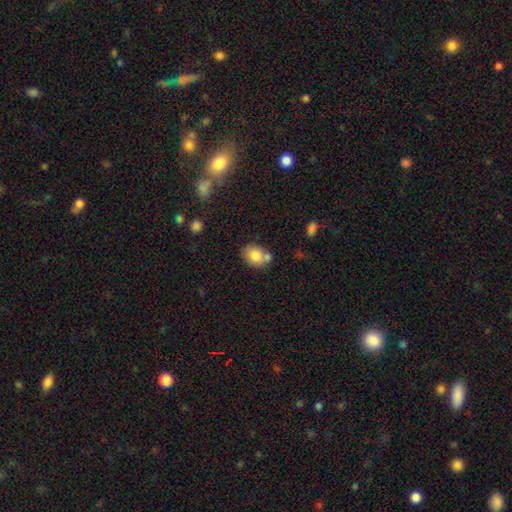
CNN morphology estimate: The model was most divided on "how rounded": in between: 58%, round: 41%, cigar-shaped: 1%. More confident: smooth or featured — smooth (80%); merging — none (53%).